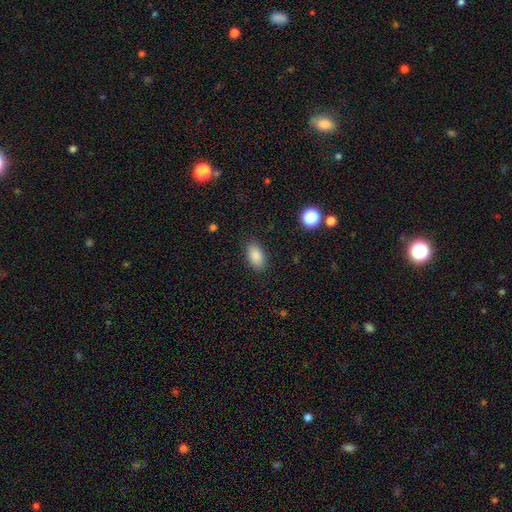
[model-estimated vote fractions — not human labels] smooth-or-featured: smooth: 86% | star or artifact: 8% | featured or disk: 5%
  how-rounded: in between: 92% | round: 6% | cigar-shaped: 2%
  merging: none: 87% | minor disturbance: 9% | major disturbance: 3% | merger: 1%